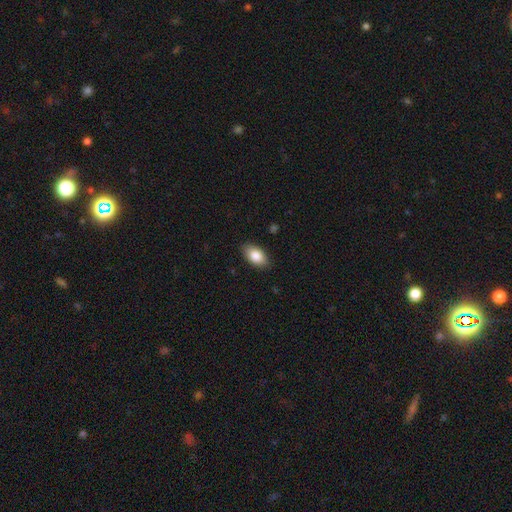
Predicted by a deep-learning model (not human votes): This is clearly a smooth galaxy (86%). How rounded: clearly in between (93%). Merging: clearly none (88%).